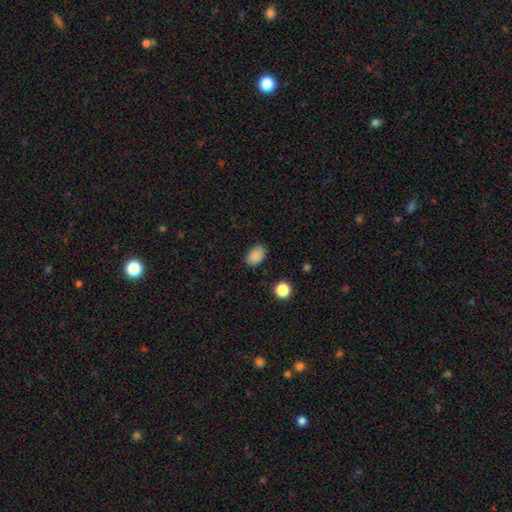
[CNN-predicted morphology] Q: Smooth or featured?
A: smooth (87%); runner-up: star or artifact (10%)
Q: How rounded?
A: in between (84%); runner-up: round (15%)
Q: Merging?
A: none (82%); runner-up: minor disturbance (14%)